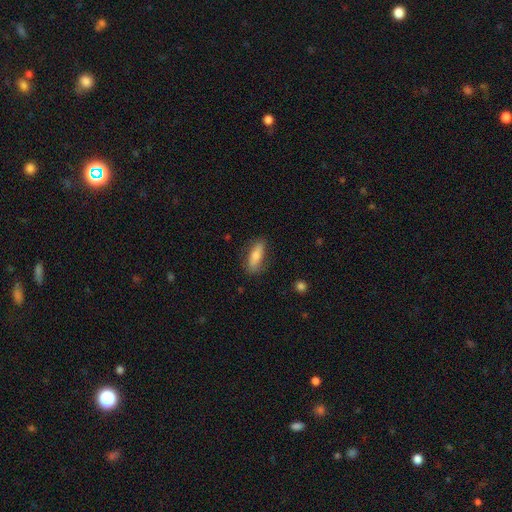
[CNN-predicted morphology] smooth-or-featured: smooth: 72% | featured or disk: 21% | star or artifact: 7%
  how-rounded: in between: 54% | cigar-shaped: 43% | round: 3%
  merging: none: 80% | minor disturbance: 15% | major disturbance: 4% | merger: 1%